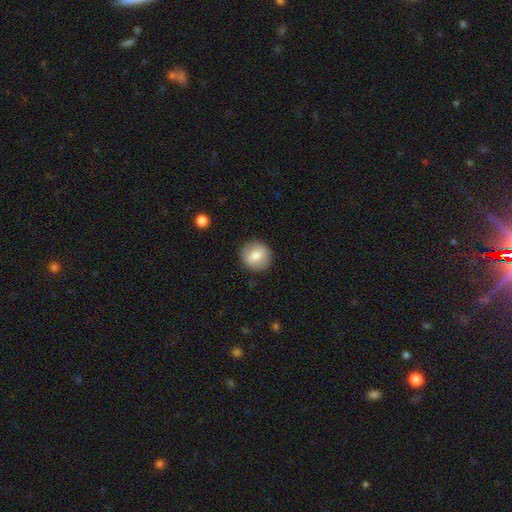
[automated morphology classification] Smooth or featured? Predicted: smooth (p=0.71). How rounded? Predicted: round (p=0.90). Merging? Predicted: none (p=0.89).